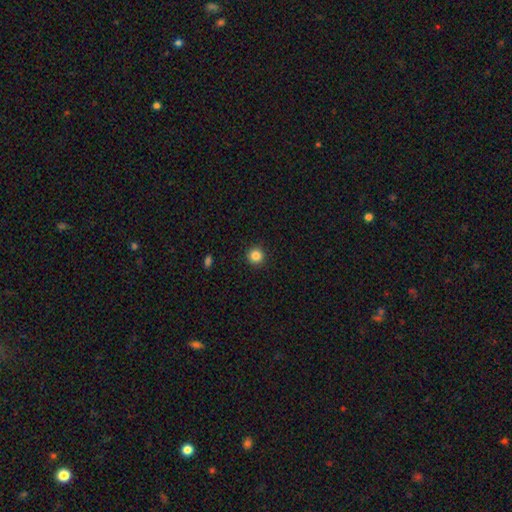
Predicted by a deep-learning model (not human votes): Q: Smooth or featured?
A: smooth (85%); runner-up: star or artifact (11%)
Q: How rounded?
A: round (95%); runner-up: in between (4%)
Q: Merging?
A: none (93%); runner-up: minor disturbance (5%)